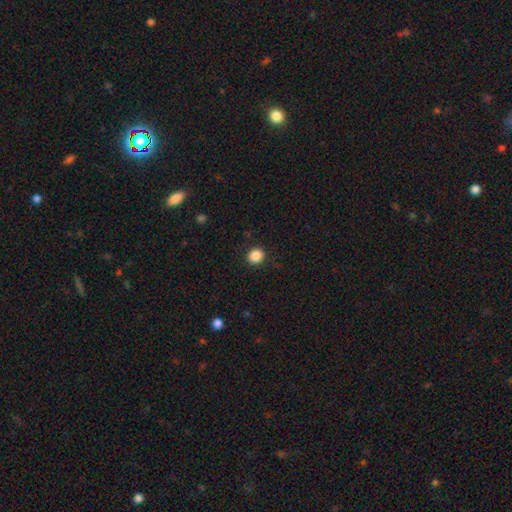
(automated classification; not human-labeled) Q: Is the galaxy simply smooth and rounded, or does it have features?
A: smooth — 88%.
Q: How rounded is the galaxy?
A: round — 81%.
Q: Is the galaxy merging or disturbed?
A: none — 90%.